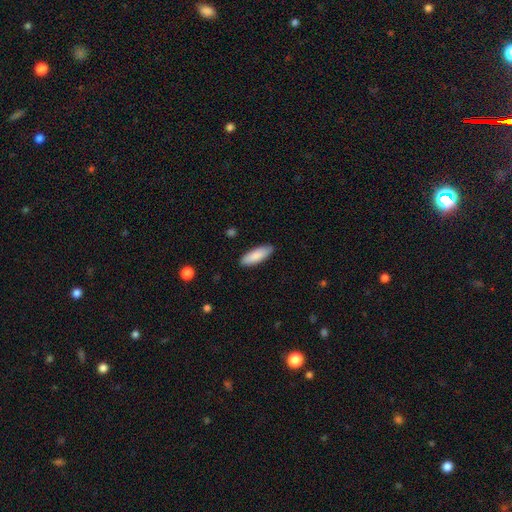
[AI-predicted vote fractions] Smooth or featured? Predicted: smooth (p=0.87). How rounded? Predicted: in between (p=0.60). Merging? Predicted: none (p=0.88).